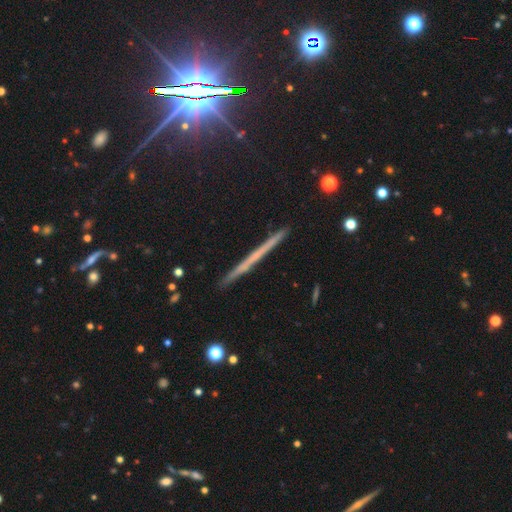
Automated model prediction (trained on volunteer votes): Q: Smooth or featured?
A: featured or disk (57%); runner-up: smooth (29%)
Q: Edge-on disk?
A: yes (97%); runner-up: no (3%)
Q: Edge-on bulge?
A: none (82%); runner-up: rounded (13%)
Q: Merging?
A: none (89%); runner-up: minor disturbance (8%)